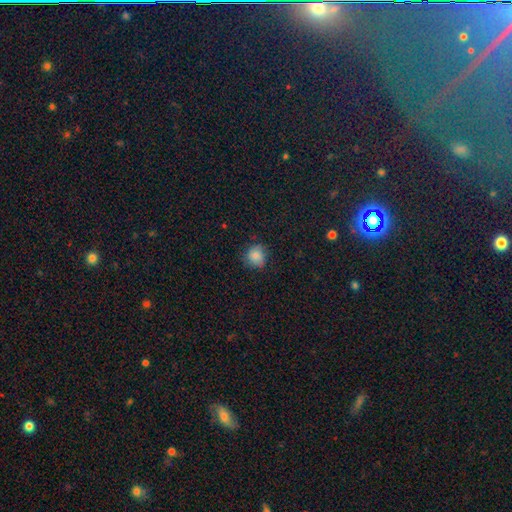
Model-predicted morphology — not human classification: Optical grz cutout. It shows a smooth galaxy with no disk features (83%) that is round (83%). Merging: none (76%).